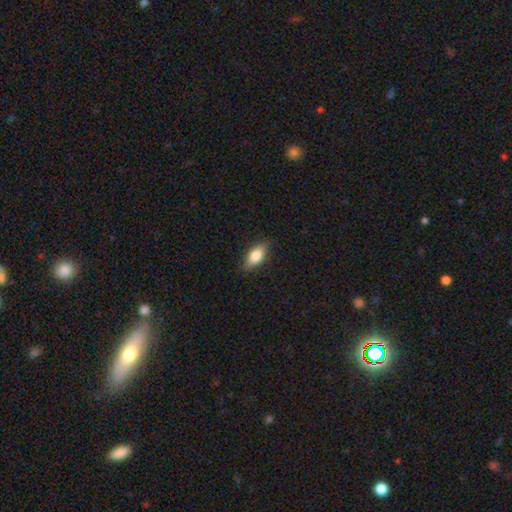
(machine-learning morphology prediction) Smooth or featured?
  - smooth: 73% *
  - featured or disk: 20%
  - star or artifact: 7%
How rounded?
  - in between: 79% *
  - cigar-shaped: 17%
  - round: 4%
Merging?
  - none: 85% *
  - minor disturbance: 12%
  - major disturbance: 2%
  - merger: 1%